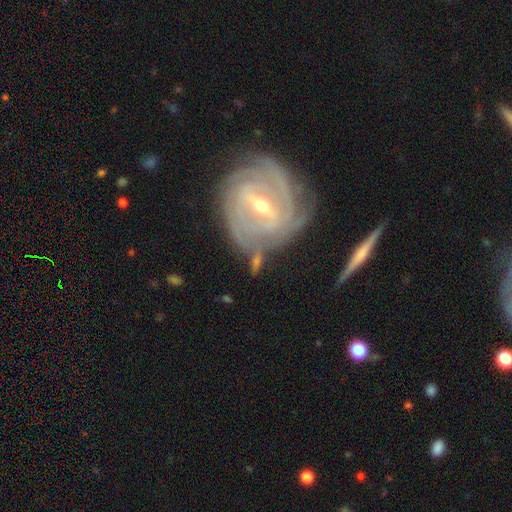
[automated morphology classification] The model was most divided on "spiral arm count": can't tell: 30%, 2: 25%, 3: 21%, 4: 12%, more than 4: 6%, 1: 5%. Remaining: edge-on disk — no (91%); spiral arms — yes (89%); smooth or featured — featured or disk (79%); spiral winding — tight (69%); merging — none (62%); bulge size — moderate (59%); bar — strong (48%).